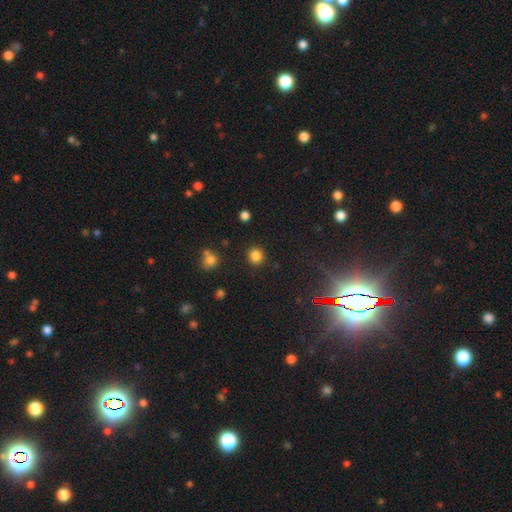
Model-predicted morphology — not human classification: This appears to be a smooth galaxy with no disk features (83%) that is round (86%). Merging: none (89%).